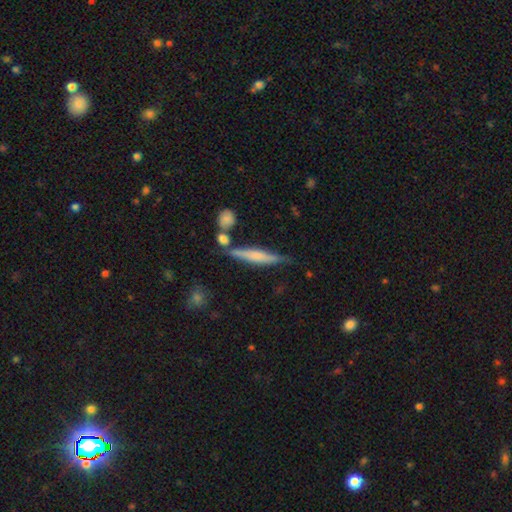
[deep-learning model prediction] A featured or disk galaxy (47%).

Vote fractions:
- Smooth or featured? featured or disk: 47% / smooth: 46% / star or artifact: 7%
- Merging? none: 69% / minor disturbance: 16% / merger: 11% / major disturbance: 4%